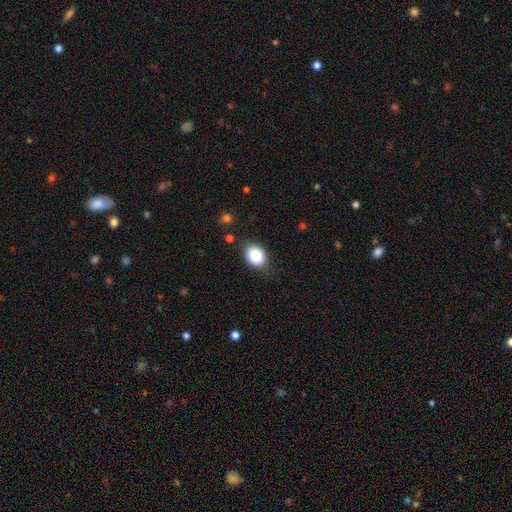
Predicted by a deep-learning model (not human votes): A smooth galaxy with no disk features (88%) that is in between round and cigar-shaped (64%).

Vote fractions:
- Smooth or featured? smooth: 88% / star or artifact: 8% / featured or disk: 4%
- How rounded? in between: 64% / round: 35% / cigar-shaped: 1%
- Merging? none: 81% / minor disturbance: 14% / major disturbance: 4% / merger: 2%